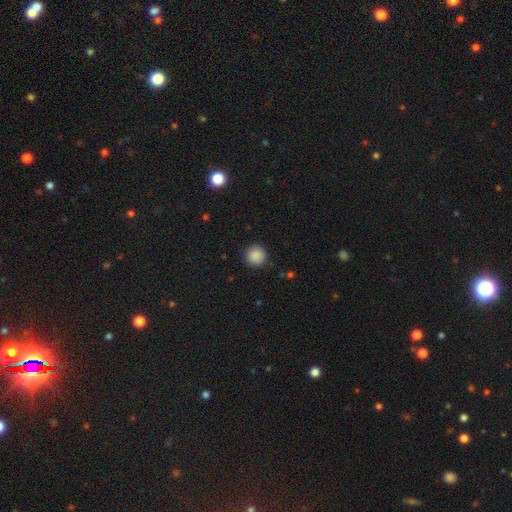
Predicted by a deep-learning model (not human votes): smooth-or-featured: smooth: 88% | star or artifact: 9% | featured or disk: 3%
  how-rounded: round: 94% | in between: 5% | cigar-shaped: 1%
  merging: none: 90% | minor disturbance: 7% | major disturbance: 2% | merger: 1%